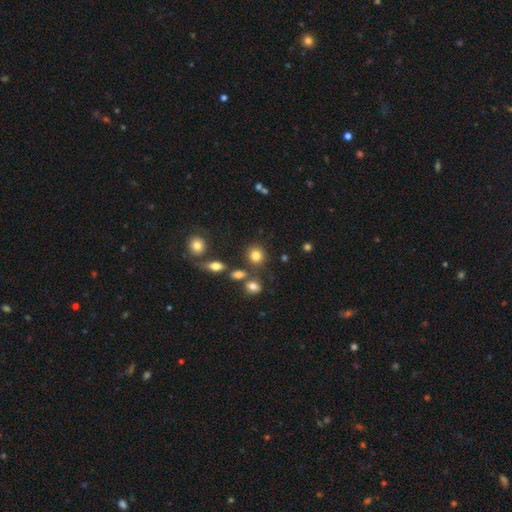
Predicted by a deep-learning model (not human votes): This is clearly a smooth galaxy (81%). How rounded: clearly round (83%). Merging: likely none (78%).